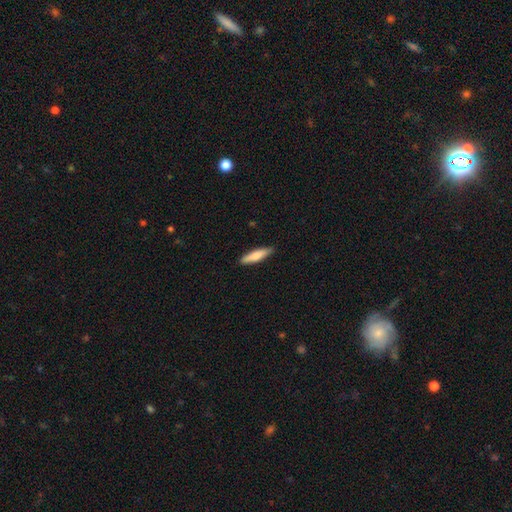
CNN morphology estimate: This is likely a smooth galaxy (76%). How rounded: likely cigar-shaped (75%). Merging: clearly none (89%).